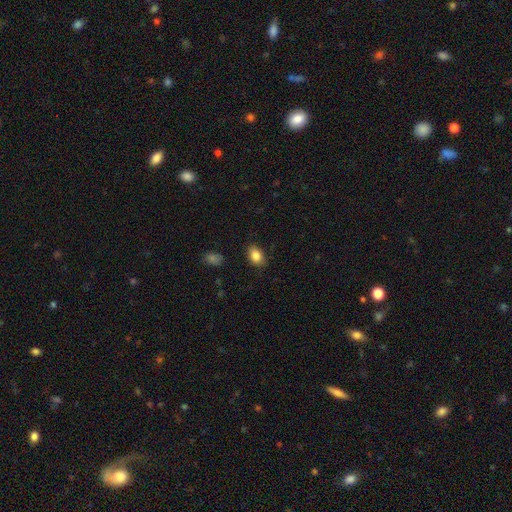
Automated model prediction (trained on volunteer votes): smooth-or-featured: smooth: 85% | star or artifact: 8% | featured or disk: 6%
  how-rounded: in between: 82% | round: 17% | cigar-shaped: 1%
  merging: none: 84% | minor disturbance: 12% | major disturbance: 3% | merger: 1%